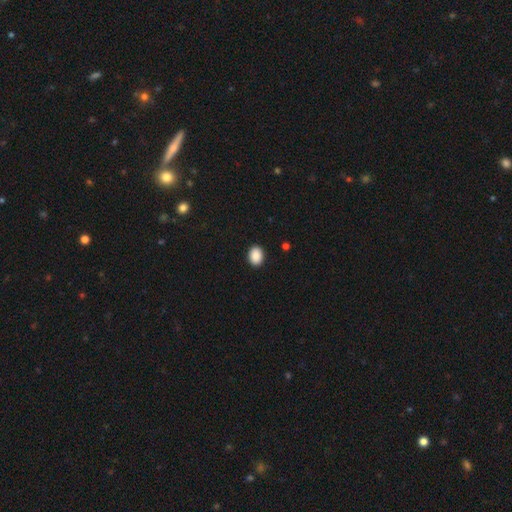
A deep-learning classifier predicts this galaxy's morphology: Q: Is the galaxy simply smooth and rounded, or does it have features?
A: smooth — 90%.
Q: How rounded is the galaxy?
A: in between — 62%.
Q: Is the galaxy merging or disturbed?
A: none — 92%.